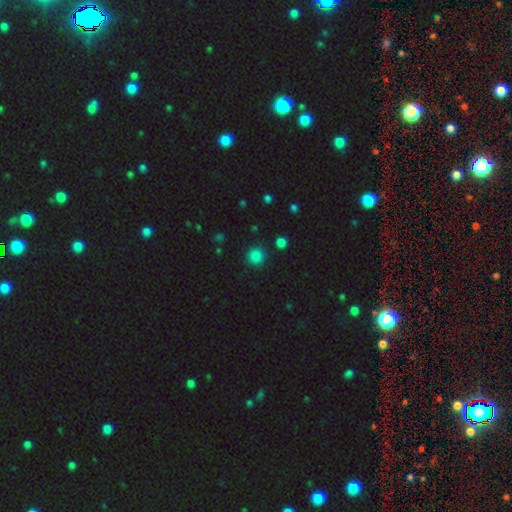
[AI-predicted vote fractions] The model was most divided on "smooth or featured": smooth: 84%, star or artifact: 13%, featured or disk: 4%. More confident: how rounded — round (93%); merging — none (89%).